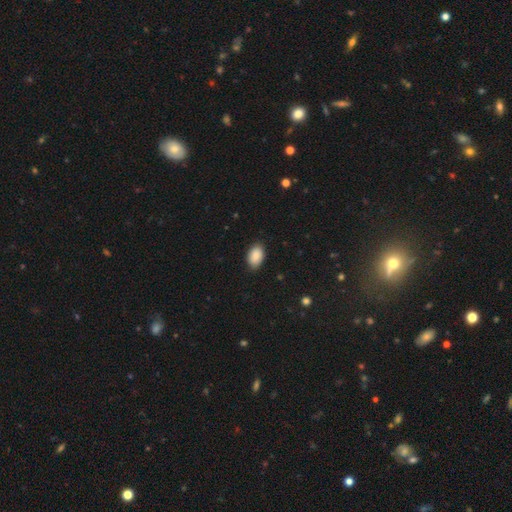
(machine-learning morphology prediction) This appears to be a smooth galaxy with no disk features (87%) that is in between round and cigar-shaped (90%). Merging: none (85%).